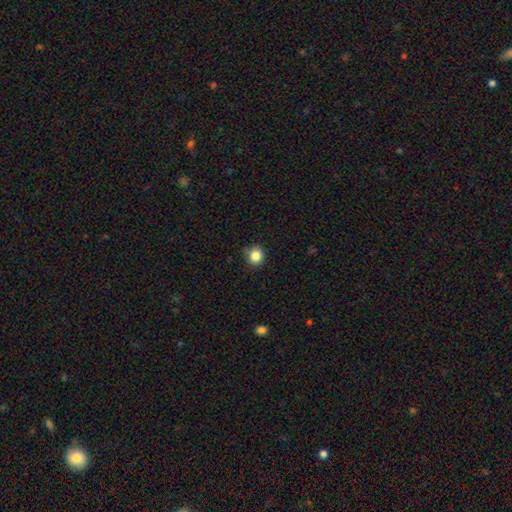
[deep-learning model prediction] Smooth or featured? smooth (84%)
How rounded? round (87%)
Merging? none (83%)